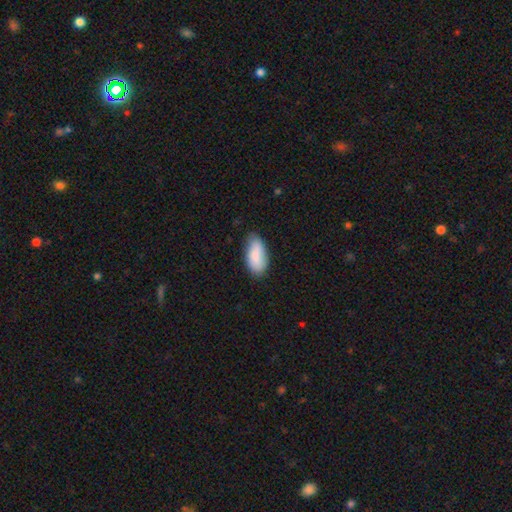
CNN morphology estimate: Smooth or featured?
  - smooth: 84% *
  - featured or disk: 10%
  - star or artifact: 6%
How rounded?
  - in between: 93% *
  - cigar-shaped: 5%
  - round: 2%
Merging?
  - none: 73% *
  - minor disturbance: 22%
  - major disturbance: 4%
  - merger: 1%